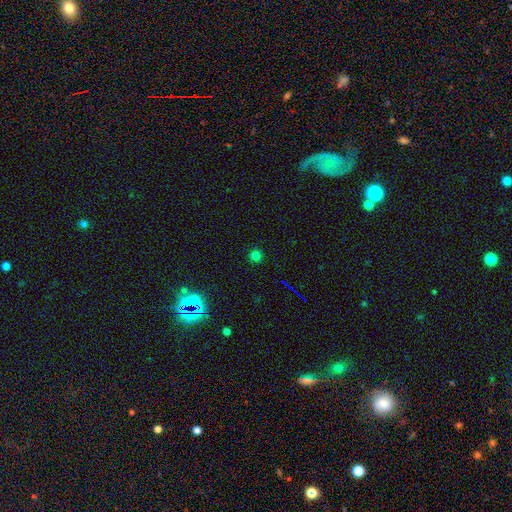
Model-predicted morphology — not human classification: smooth-or-featured: smooth: 73% | star or artifact: 23% | featured or disk: 5%
  how-rounded: round: 94% | in between: 5% | cigar-shaped: 1%
  merging: none: 90% | minor disturbance: 6% | major disturbance: 2% | merger: 1%